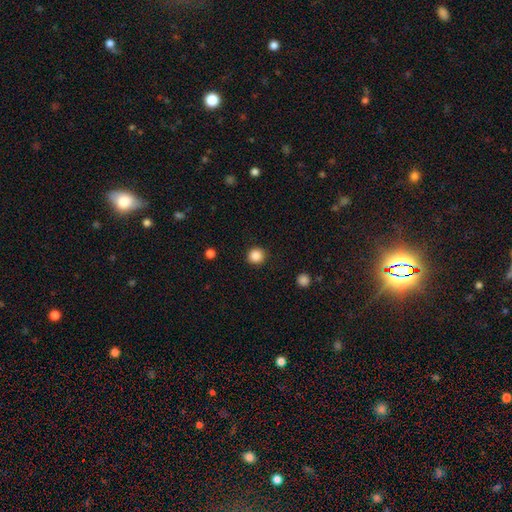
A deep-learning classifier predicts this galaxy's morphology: smooth 87%, star or artifact 11%, featured or disk 3%. Down the decision tree: how rounded — round (94%); merging — none (91%).